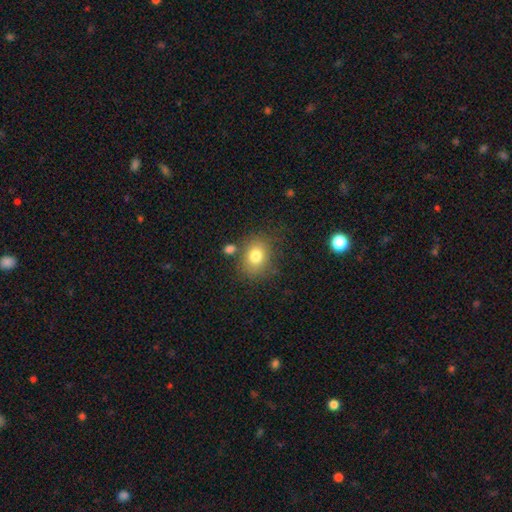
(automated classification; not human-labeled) Morphology: type=smooth (78%); roundness=round (55%); merging=none (71%).